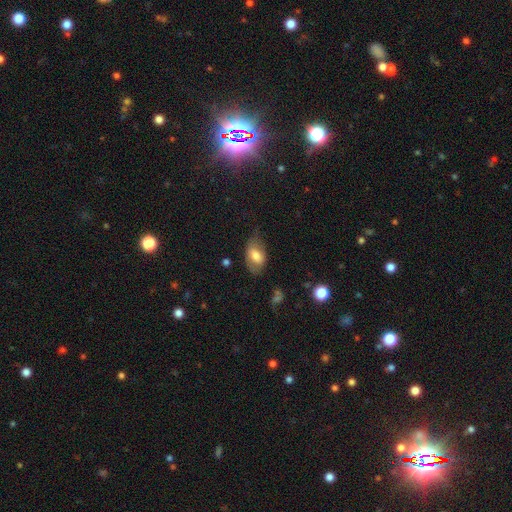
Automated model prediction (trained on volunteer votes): smooth-or-featured: smooth: 65% | featured or disk: 27% | star or artifact: 8%
  how-rounded: in between: 91% | round: 7% | cigar-shaped: 2%
  merging: none: 53% | minor disturbance: 30% | major disturbance: 15% | merger: 2%